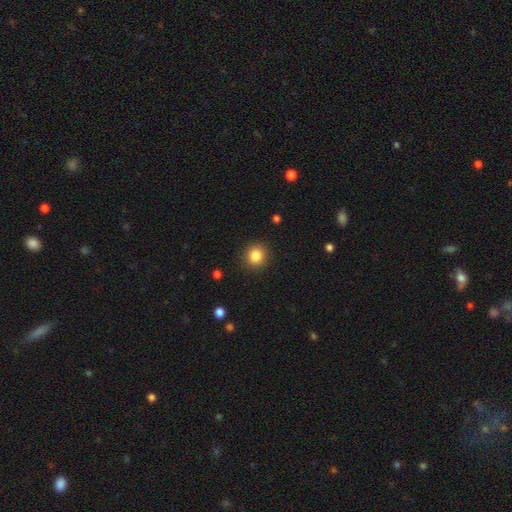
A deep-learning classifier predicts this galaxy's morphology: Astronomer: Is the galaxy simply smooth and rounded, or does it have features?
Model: smooth — 84%.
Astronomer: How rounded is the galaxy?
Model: round — 87%.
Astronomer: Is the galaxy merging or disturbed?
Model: none — 90%.